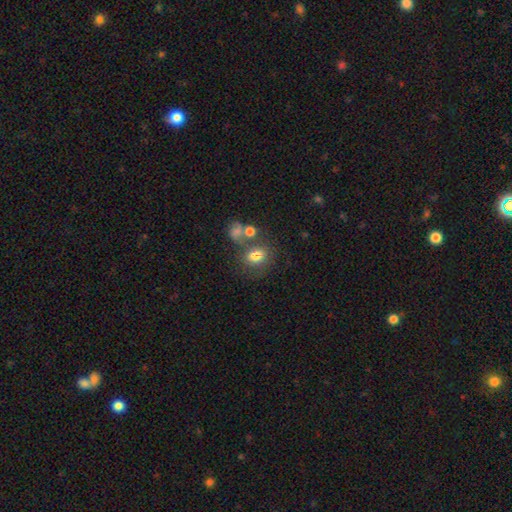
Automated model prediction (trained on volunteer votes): Smooth or featured? smooth (76%)
How rounded? in between (57%)
Merging? none (54%)